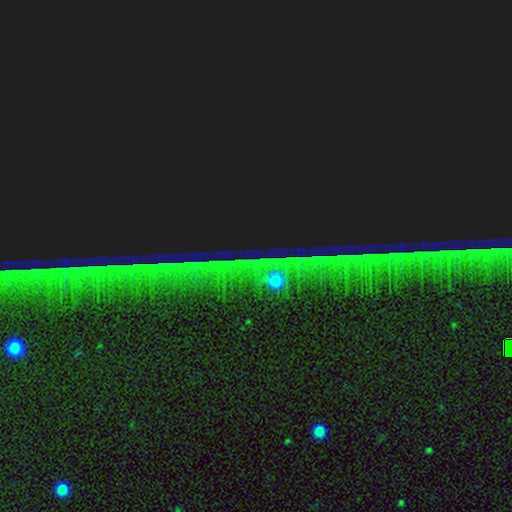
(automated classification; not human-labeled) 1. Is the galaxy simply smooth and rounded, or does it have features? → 86% star or artifact, 8% featured or disk, 6% smooth.